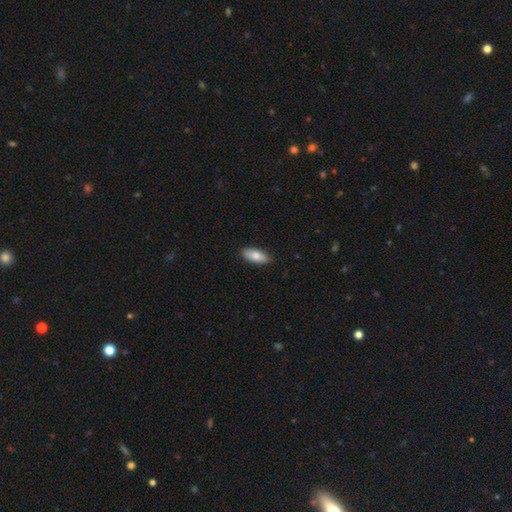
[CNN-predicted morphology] This is clearly a smooth galaxy (81%). How rounded: clearly in between (81%). Merging: clearly none (88%).